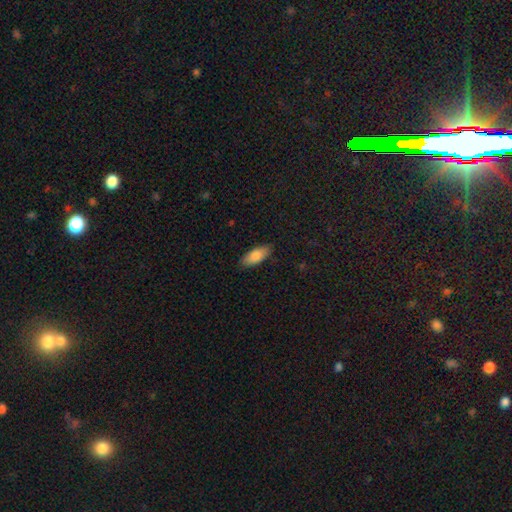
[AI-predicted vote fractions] Smooth or featured?
  - smooth: 84% *
  - featured or disk: 10%
  - star or artifact: 6%
How rounded?
  - in between: 84% *
  - cigar-shaped: 14%
  - round: 2%
Merging?
  - none: 87% *
  - minor disturbance: 10%
  - major disturbance: 2%
  - merger: 1%